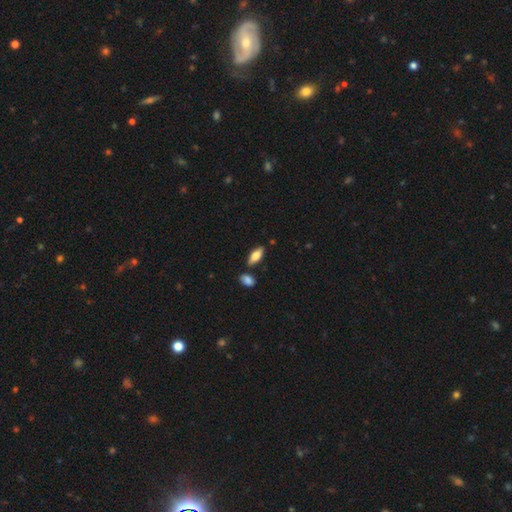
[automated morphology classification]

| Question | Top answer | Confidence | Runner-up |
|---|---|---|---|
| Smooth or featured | smooth | 68% | featured or disk (26%) |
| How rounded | in between | 74% | cigar-shaped (24%) |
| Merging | none | 81% | minor disturbance (10%) |